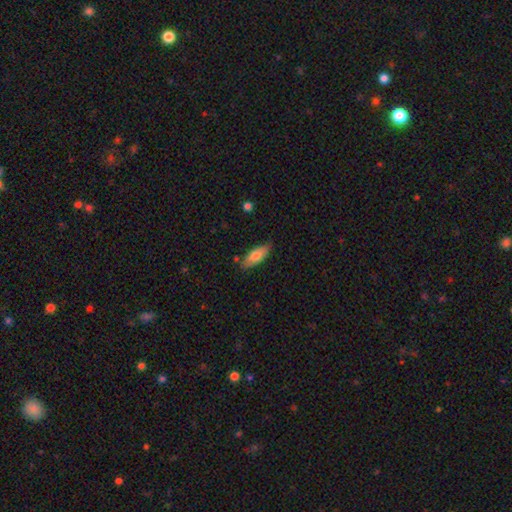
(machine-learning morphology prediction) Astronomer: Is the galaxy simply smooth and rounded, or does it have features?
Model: smooth — 73%.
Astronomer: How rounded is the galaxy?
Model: in between — 71%.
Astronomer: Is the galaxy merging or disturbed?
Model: none — 81%.